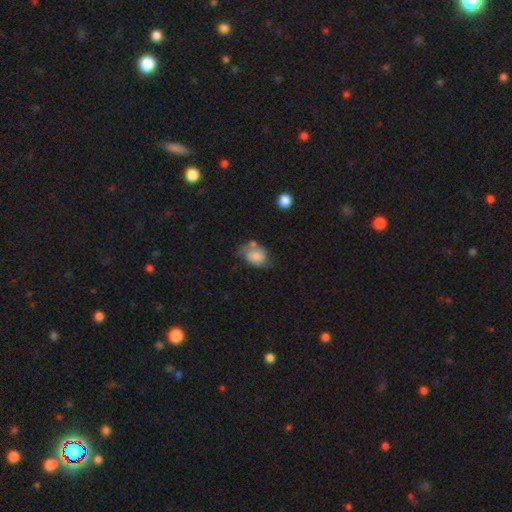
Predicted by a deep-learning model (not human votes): This is likely a smooth galaxy (60%). How rounded: likely in between (72%). Merging: marginally none (34%).